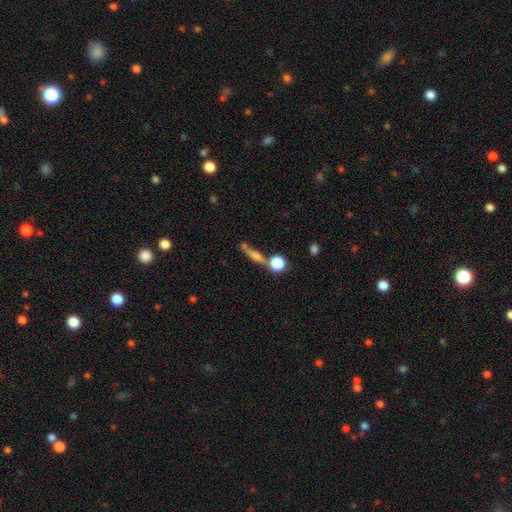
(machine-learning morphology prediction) This is marginally a featured or disk galaxy (42%). Merging: likely none (64%).